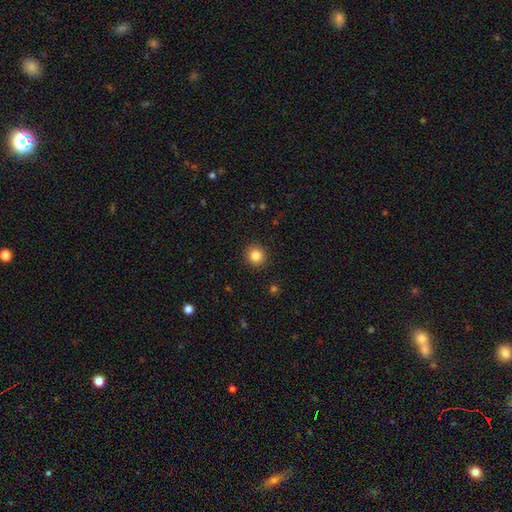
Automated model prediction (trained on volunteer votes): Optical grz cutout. It shows a smooth galaxy with no disk features (85%) that is round (92%). Merging: none (92%).